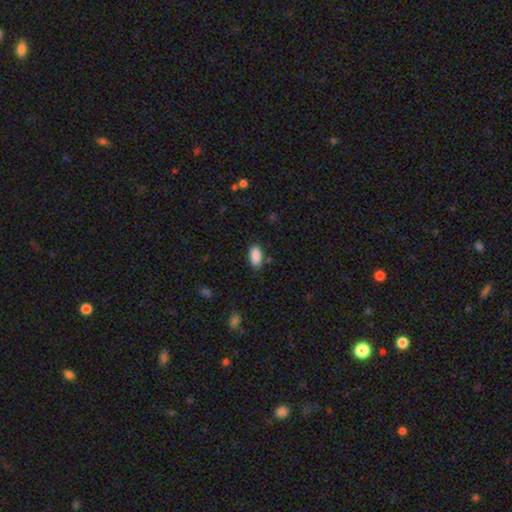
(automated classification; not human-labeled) Smooth or featured? smooth (89%)
How rounded? in between (92%)
Merging? none (82%)